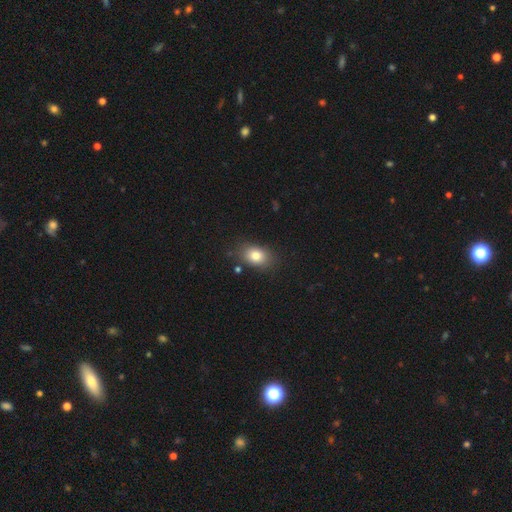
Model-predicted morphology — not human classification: smooth 81%, featured or disk 10%, star or artifact 10%. Down the decision tree: how rounded — in between (75%); merging — none (81%).